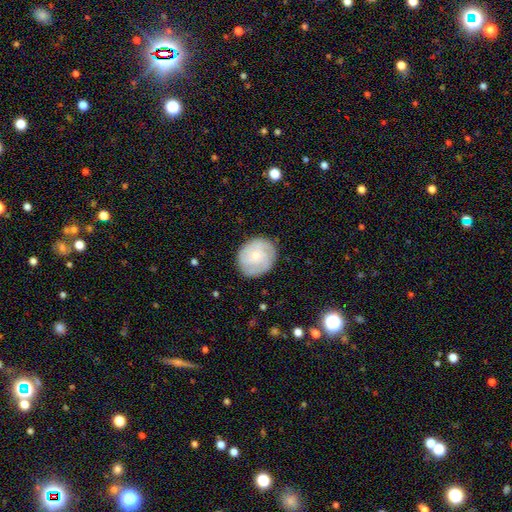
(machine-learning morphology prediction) A featured or disk galaxy (48%).

Vote fractions:
- Smooth or featured? featured or disk: 48% / smooth: 45% / star or artifact: 7%
- Merging? none: 81% / minor disturbance: 14% / major disturbance: 4% / merger: 1%